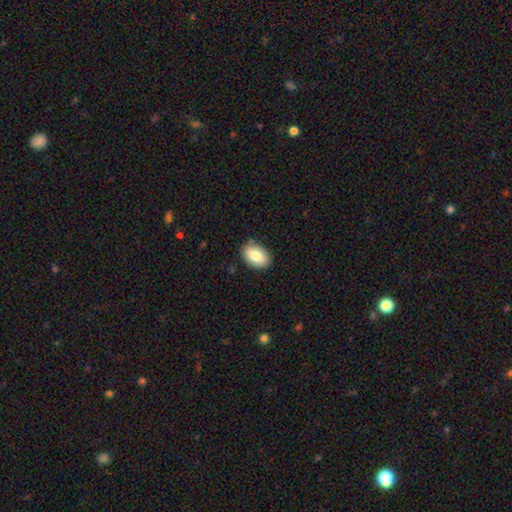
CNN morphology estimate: The model was most divided on "smooth or featured": smooth: 82%, featured or disk: 11%, star or artifact: 7%. More confident: how rounded — in between (89%); merging — none (85%).